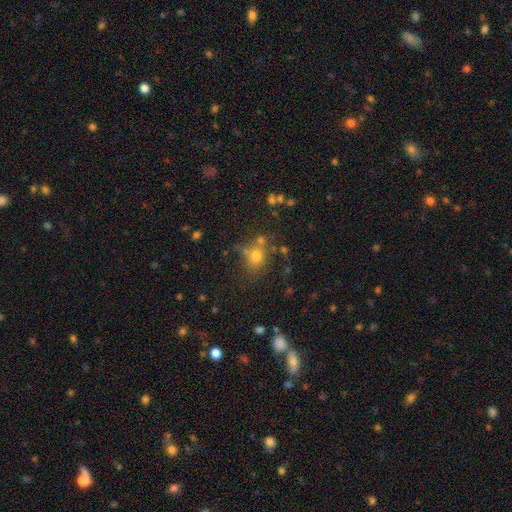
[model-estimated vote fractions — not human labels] Q: Smooth or featured?
A: smooth (69%); runner-up: star or artifact (20%)
Q: How rounded?
A: round (73%); runner-up: in between (26%)
Q: Merging?
A: none (63%); runner-up: merger (16%)